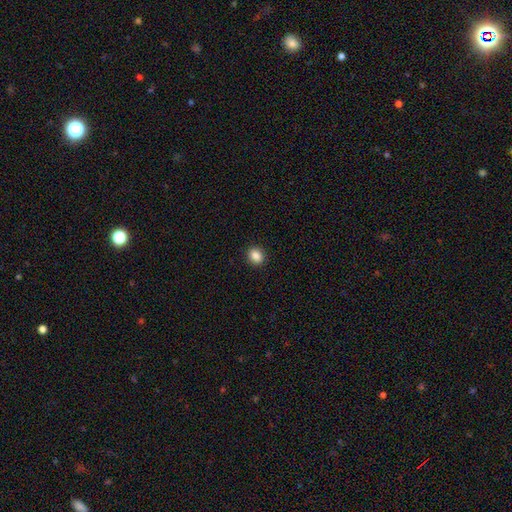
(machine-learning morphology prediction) Smooth or featured? Predicted: smooth (p=0.87). How rounded? Predicted: round (p=0.62). Merging? Predicted: none (p=0.92).